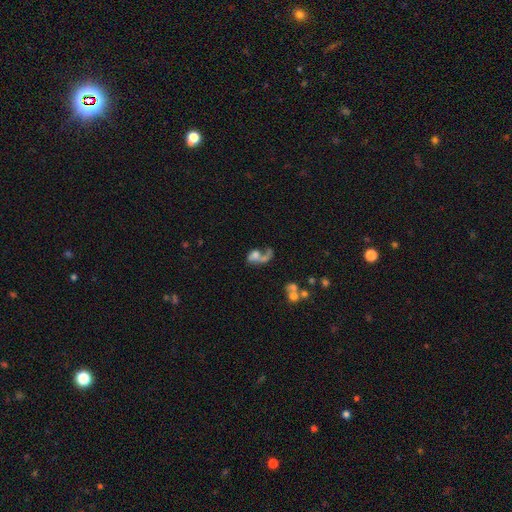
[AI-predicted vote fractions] Smooth or featured? featured or disk (48%)
Merging? merger (39%)